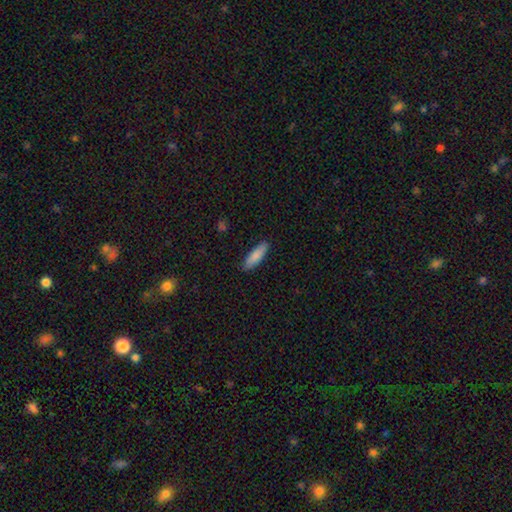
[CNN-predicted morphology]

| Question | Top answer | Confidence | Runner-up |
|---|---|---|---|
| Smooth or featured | smooth | 86% | featured or disk (8%) |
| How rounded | cigar-shaped | 57% | in between (41%) |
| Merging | none | 89% | minor disturbance (8%) |